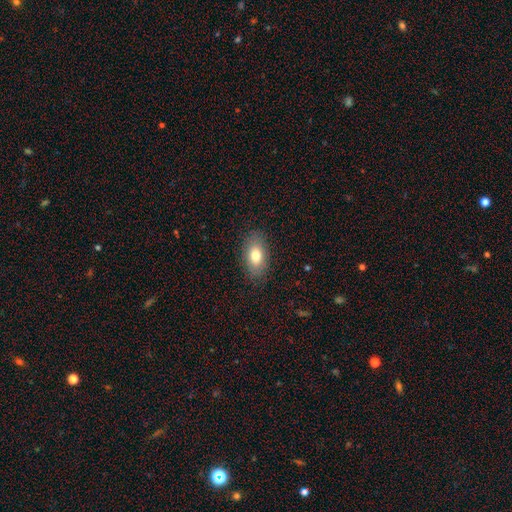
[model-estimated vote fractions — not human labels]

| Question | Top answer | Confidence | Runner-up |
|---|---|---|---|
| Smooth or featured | smooth | 77% | featured or disk (15%) |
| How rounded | in between | 90% | round (8%) |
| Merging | none | 86% | minor disturbance (10%) |